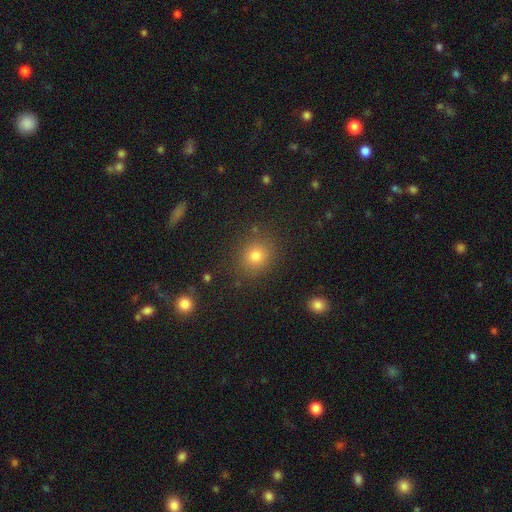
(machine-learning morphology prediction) The model was most divided on "how rounded": round: 79%, in between: 20%, cigar-shaped: 1%. More confident: merging — none (85%); smooth or featured — smooth (77%).